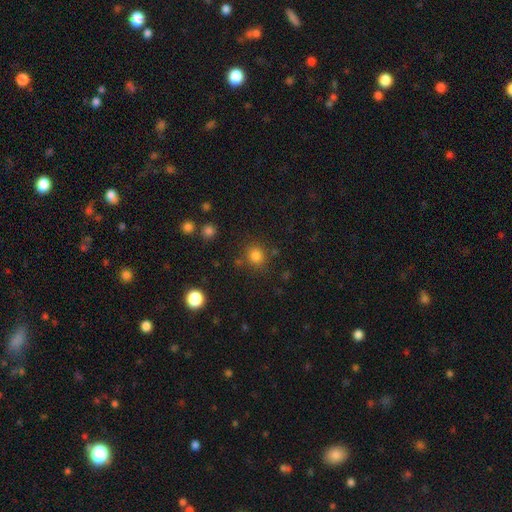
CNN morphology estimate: Q: Smooth or featured?
A: smooth (81%); runner-up: star or artifact (14%)
Q: How rounded?
A: round (84%); runner-up: in between (15%)
Q: Merging?
A: none (80%); runner-up: minor disturbance (11%)